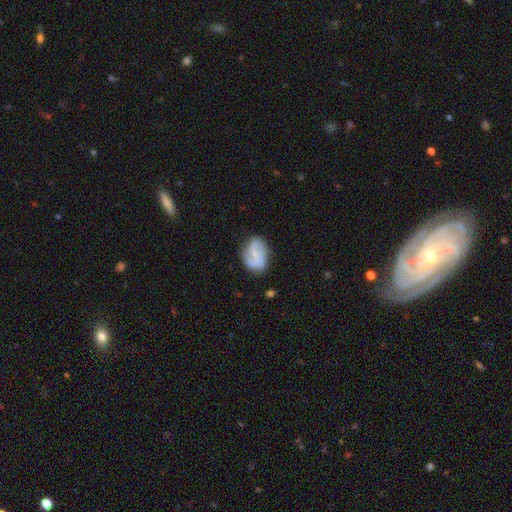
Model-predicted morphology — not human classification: A featured or disk galaxy (60%) with a weak bar (45%), spiral arms (85%) and a small central bulge (53%). Merging: none (68%).